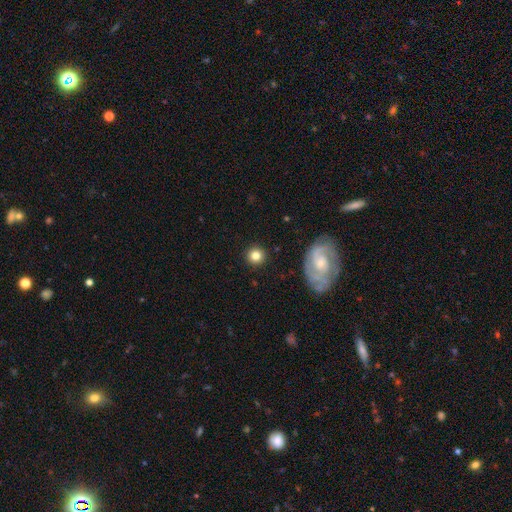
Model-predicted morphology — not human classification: Q: Smooth or featured?
A: smooth (79%); runner-up: featured or disk (12%)
Q: How rounded?
A: round (93%); runner-up: in between (6%)
Q: Merging?
A: none (90%); runner-up: minor disturbance (6%)